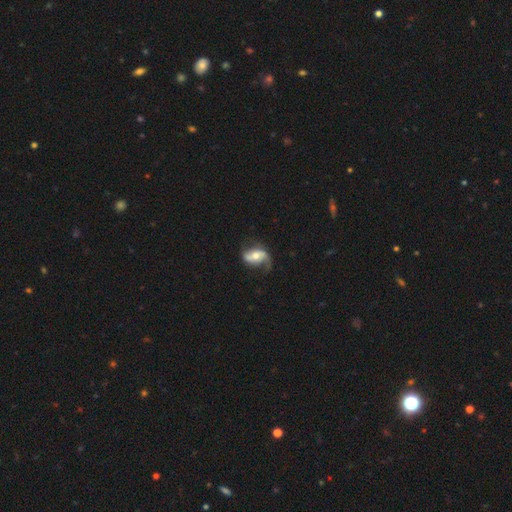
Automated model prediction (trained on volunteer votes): Q: Smooth or featured?
A: featured or disk (71%); runner-up: smooth (23%)
Q: Edge-on disk?
A: no (95%); runner-up: yes (5%)
Q: Bar?
A: no (37%); runner-up: weak (32%)
Q: Spiral arms?
A: yes (88%); runner-up: no (12%)
Q: Spiral winding?
A: loose (63%); runner-up: medium (27%)
Q: Spiral arm count?
A: 2 (80%); runner-up: 1 (12%)
Q: Bulge size?
A: moderate (63%); runner-up: small (27%)
Q: Merging?
A: none (56%); runner-up: minor disturbance (25%)